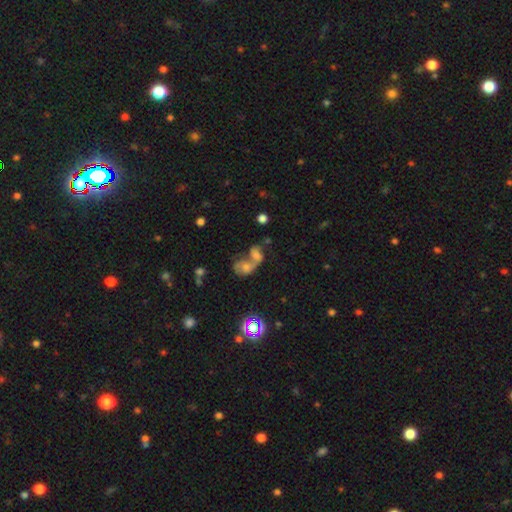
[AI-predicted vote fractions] Q: Smooth or featured?
A: smooth (43%); runner-up: featured or disk (36%)
Q: Merging?
A: merger (75%); runner-up: none (13%)